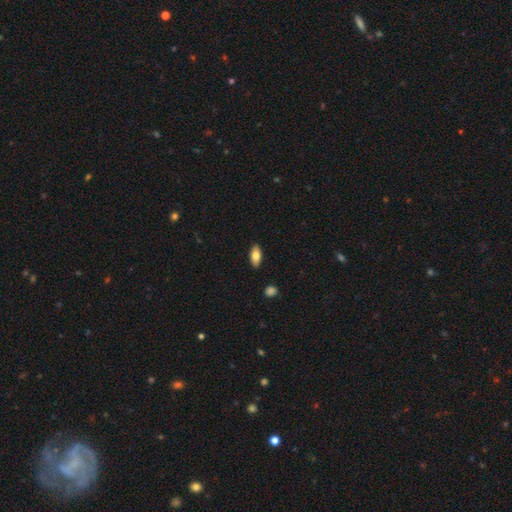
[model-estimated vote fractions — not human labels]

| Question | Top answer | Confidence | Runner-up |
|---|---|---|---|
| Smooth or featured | smooth | 77% | featured or disk (16%) |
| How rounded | in between | 87% | cigar-shaped (10%) |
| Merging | none | 89% | minor disturbance (8%) |